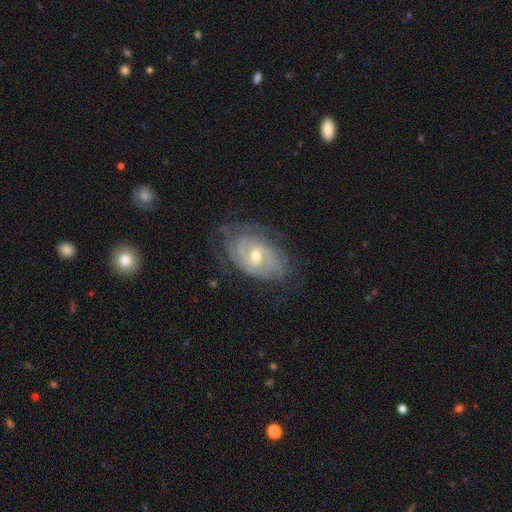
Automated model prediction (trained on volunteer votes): Smooth or featured: featured or disk — 86% (smooth — 8%)
Edge-on disk: no — 96% (yes — 4%)
Bar: weak — 46% (no — 40%)
Spiral arms: yes — 95% (no — 5%)
Spiral winding: tight — 70% (medium — 24%)
Spiral arm count: can't tell — 32% (2 — 31%)
Bulge size: moderate — 58% (small — 39%)
Merging: none — 72% (minor disturbance — 20%)